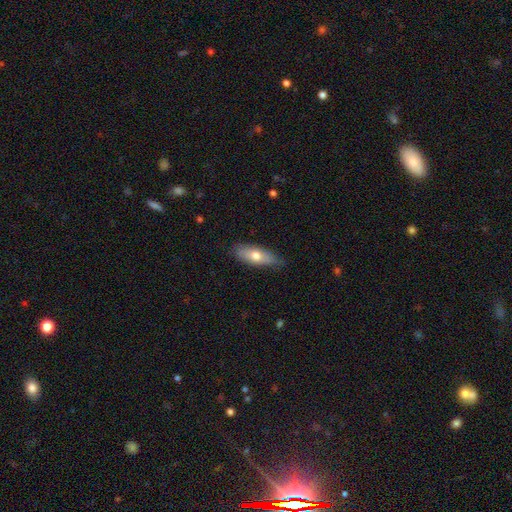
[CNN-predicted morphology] Smooth or featured? Predicted: smooth (p=0.66). How rounded? Predicted: in between (p=0.68). Merging? Predicted: none (p=0.77).